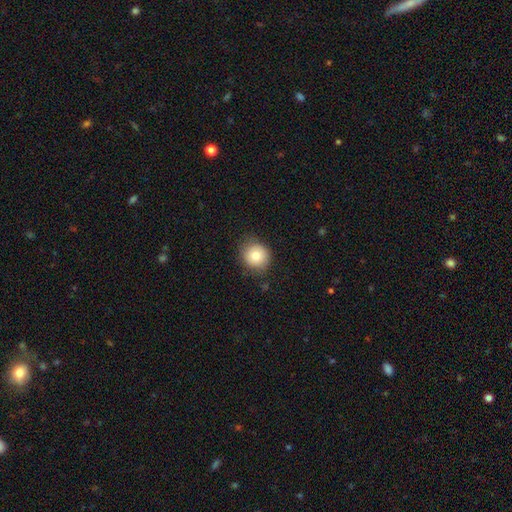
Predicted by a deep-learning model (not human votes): This appears to be a smooth galaxy with no disk features (79%) that is round (85%). Merging: none (80%).